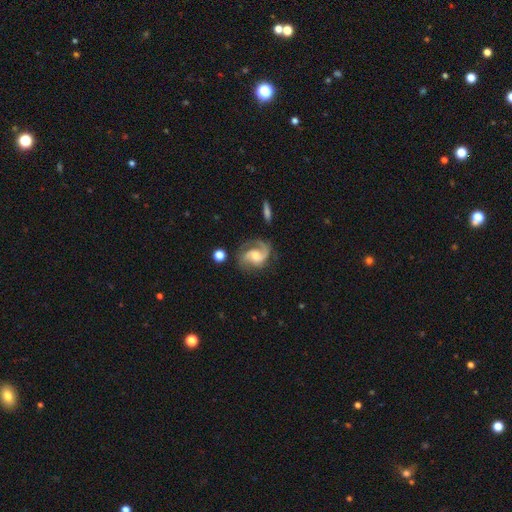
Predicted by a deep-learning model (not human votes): Smooth or featured?
  - featured or disk: 88% *
  - smooth: 7%
  - star or artifact: 5%
Edge-on disk?
  - no: 98% *
  - yes: 2%
Bar?
  - no: 48% *
  - weak: 42%
  - strong: 9%
Spiral arms?
  - yes: 97% *
  - no: 3%
Spiral winding?
  - medium: 55% *
  - loose: 24%
  - tight: 20%
Spiral arm count?
  - 2: 82% *
  - 1: 7%
  - 3: 4%
  - can't tell: 4%
  - 4: 1%
  - more than 4: 1%
Bulge size?
  - moderate: 45% *
  - small: 35%
  - none: 11%
  - large: 8%
  - dominant: 2%
Merging?
  - none: 67% *
  - minor disturbance: 19%
  - major disturbance: 11%
  - merger: 3%